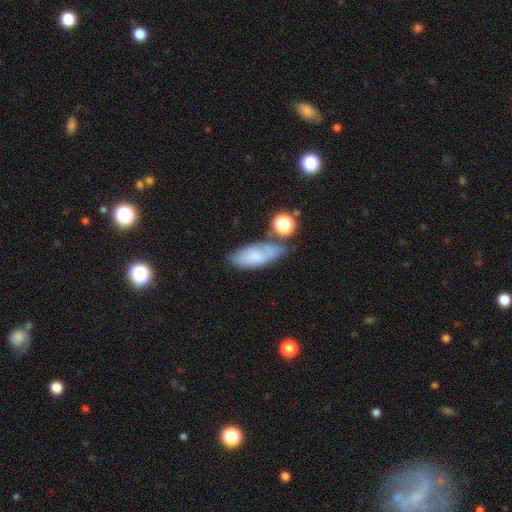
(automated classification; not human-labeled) A smooth galaxy with no disk features (73%) that is in between round and cigar-shaped (78%). Merging: none (51%).